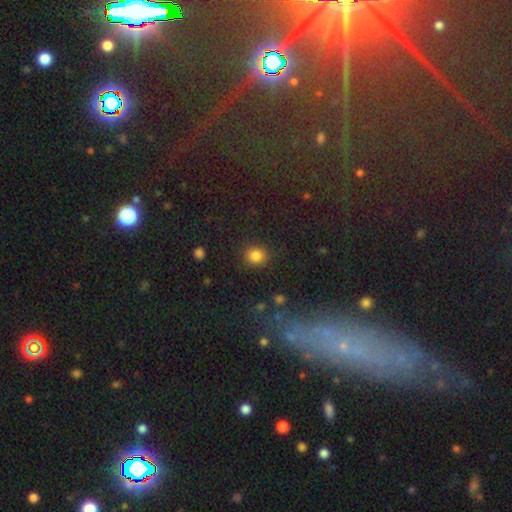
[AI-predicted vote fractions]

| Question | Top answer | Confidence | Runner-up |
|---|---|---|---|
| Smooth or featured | smooth | 82% | star or artifact (13%) |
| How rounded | round | 83% | in between (16%) |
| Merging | none | 86% | minor disturbance (9%) |